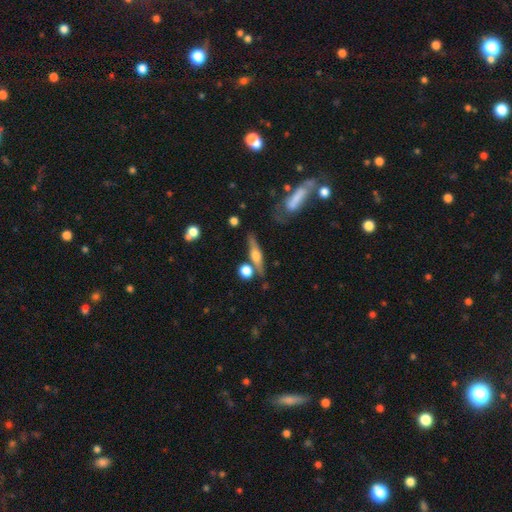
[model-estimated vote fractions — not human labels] This is possibly a featured or disk galaxy (56%). It is clearly viewed edge-on (92%). Edge-on bulge: clearly rounded (88%). Merging: likely none (71%).